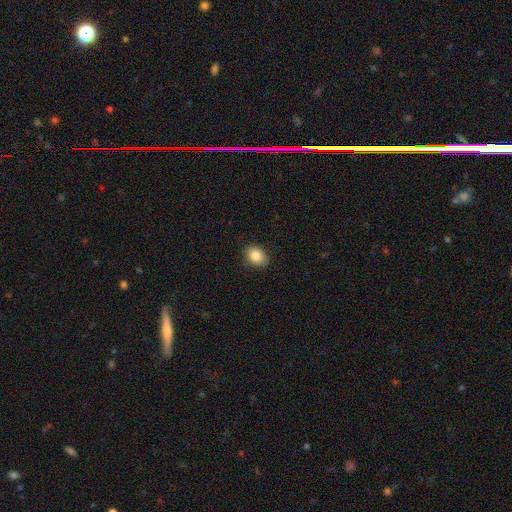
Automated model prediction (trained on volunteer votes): The model was most divided on "how rounded": in between: 65%, round: 34%, cigar-shaped: 1%. More confident: merging — none (87%); smooth or featured — smooth (85%).